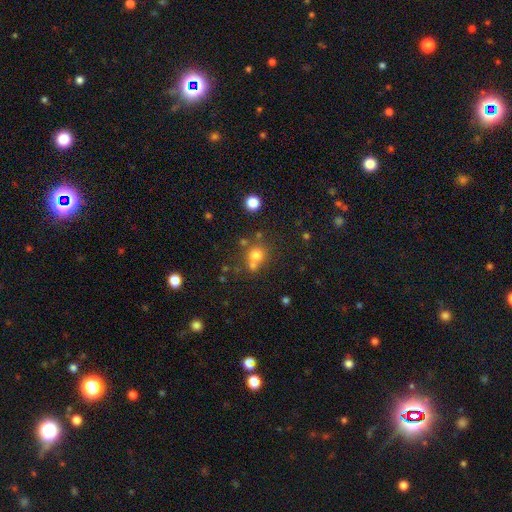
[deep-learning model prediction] This appears to be a smooth galaxy with no disk features (73%) that is round (83%). Merging: none (52%).